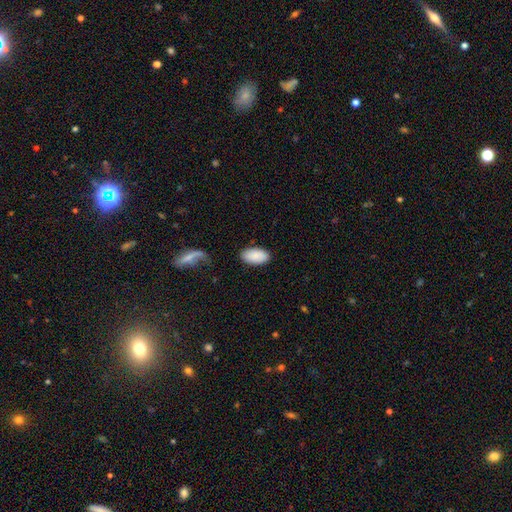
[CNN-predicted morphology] Q: Smooth or featured?
A: smooth (86%); runner-up: featured or disk (7%)
Q: How rounded?
A: in between (95%); runner-up: round (3%)
Q: Merging?
A: none (81%); runner-up: minor disturbance (13%)